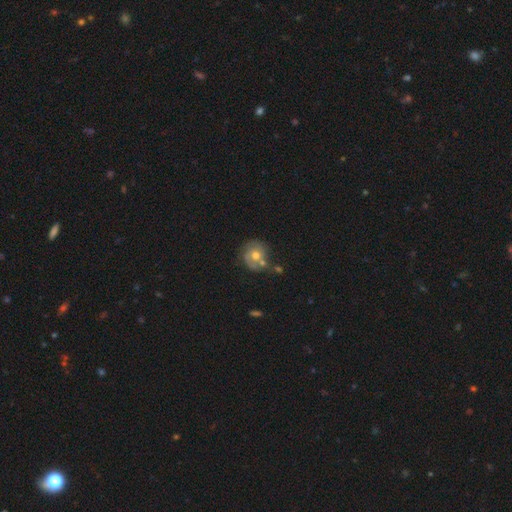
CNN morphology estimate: smooth-or-featured: featured or disk: 53% | smooth: 38% | star or artifact: 9%
  disk-edge-on: no: 97% | yes: 3%
    bar: no: 81% | weak: 16% | strong: 3%
    has-spiral-arms: yes: 69% | no: 31%
    bulge-size: moderate: 77% | small: 15% | large: 6% | none: 1% | dominant: 1%
  merging: none: 52% | minor disturbance: 20% | merger: 20% | major disturbance: 9%